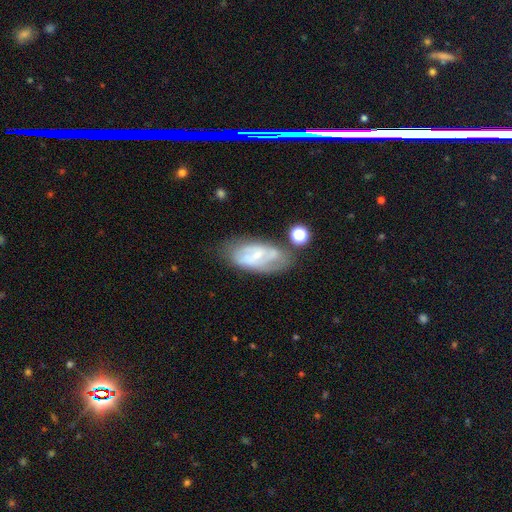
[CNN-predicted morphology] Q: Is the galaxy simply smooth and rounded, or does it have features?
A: featured or disk — 68%.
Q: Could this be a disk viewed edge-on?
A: no — 93%.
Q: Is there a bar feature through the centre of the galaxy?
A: weak — 42%.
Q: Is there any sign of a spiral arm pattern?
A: yes — 74%.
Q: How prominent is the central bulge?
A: small — 69%.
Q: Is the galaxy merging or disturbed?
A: none — 60%.